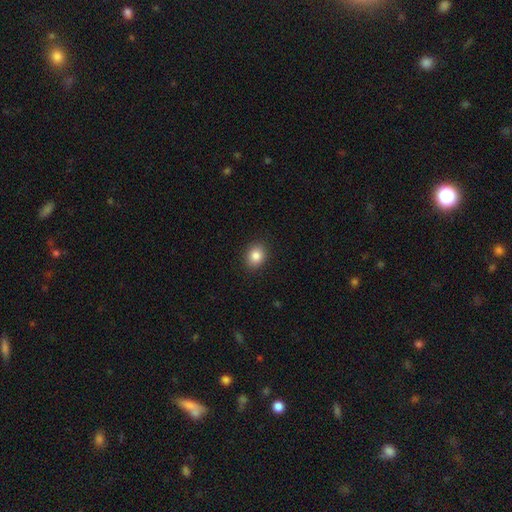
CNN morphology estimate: smooth 85%, star or artifact 10%, featured or disk 6%. Down the decision tree: how rounded — round (55%); merging — none (89%).